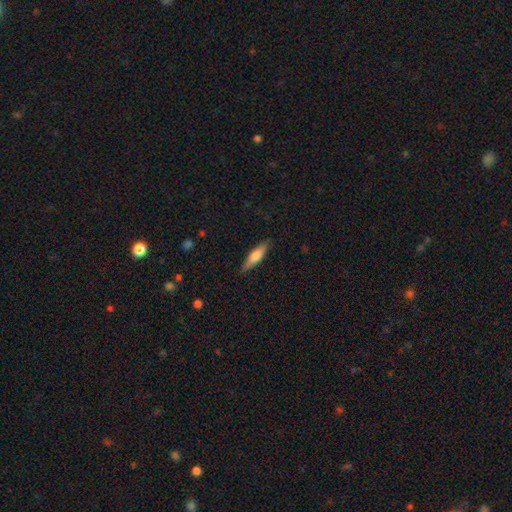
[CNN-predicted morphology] smooth 69%, featured or disk 25%, star or artifact 6%. Down the decision tree: how rounded — cigar-shaped (67%); merging — none (86%).